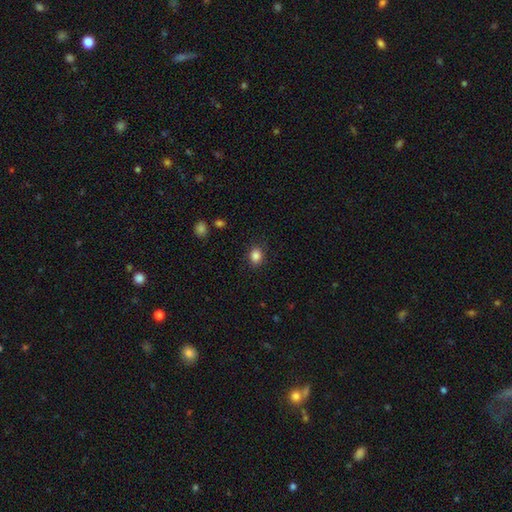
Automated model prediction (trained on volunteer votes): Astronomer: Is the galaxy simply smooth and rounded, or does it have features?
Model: smooth — 86%.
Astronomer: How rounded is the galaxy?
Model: round — 54% (runner-up: in between, 45%).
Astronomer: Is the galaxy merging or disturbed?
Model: none — 86%.